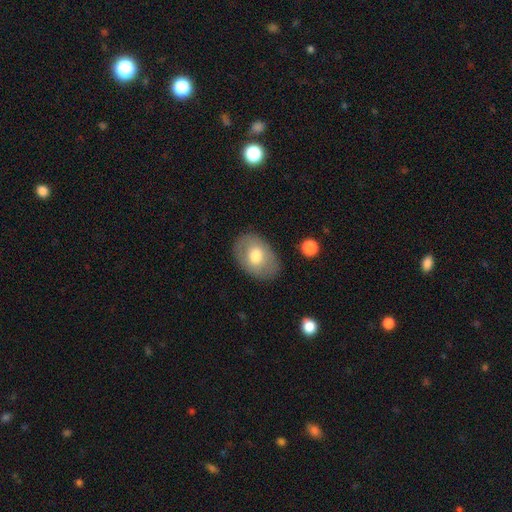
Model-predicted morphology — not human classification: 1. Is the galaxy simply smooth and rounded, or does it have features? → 68% smooth, 26% featured or disk, 7% star or artifact.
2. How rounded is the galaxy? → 82% in between, 17% round, 1% cigar-shaped.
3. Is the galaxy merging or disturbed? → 82% none, 13% minor disturbance, 4% major disturbance, 1% merger.